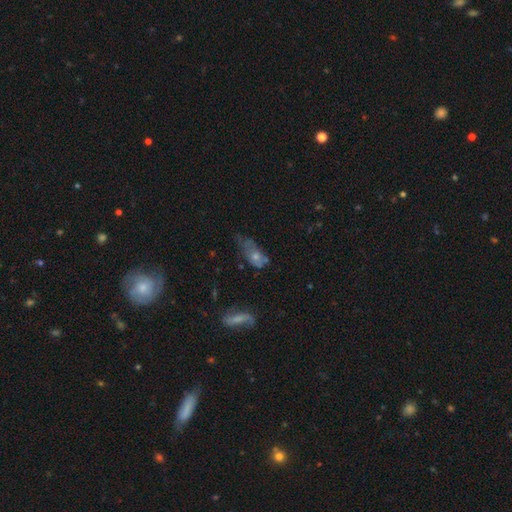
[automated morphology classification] Overall: smooth (42%; featured or disk 41%). Merging: none (38%; minor disturbance 31%).